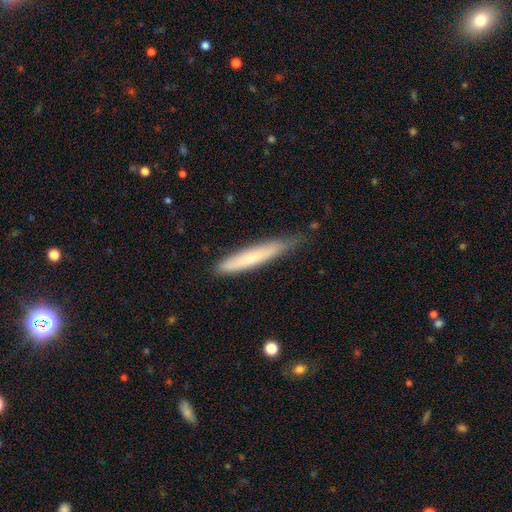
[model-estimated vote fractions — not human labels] Smooth or featured? smooth (68%)
How rounded? cigar-shaped (94%)
Merging? none (70%)